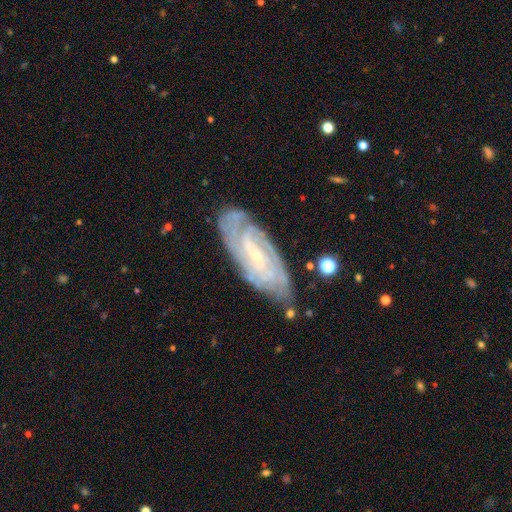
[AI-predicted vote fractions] Smooth or featured: featured or disk — 83% (smooth — 11%)
Edge-on disk: no — 91% (yes — 9%)
Bar: weak — 43% (no — 40%)
Spiral arms: yes — 96% (no — 4%)
Spiral winding: tight — 71% (medium — 24%)
Spiral arm count: can't tell — 34% (2 — 21%)
Bulge size: small — 76% (moderate — 17%)
Merging: none — 74% (minor disturbance — 19%)